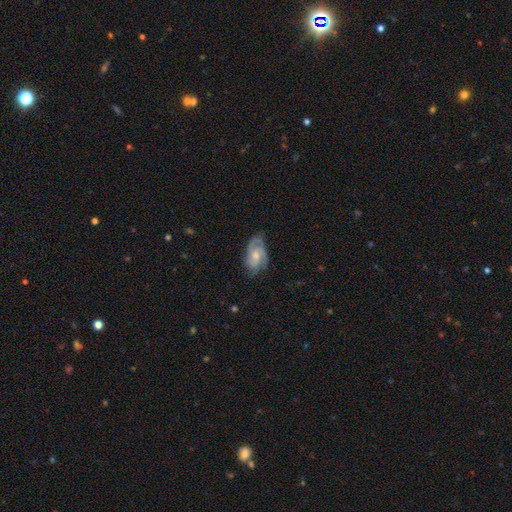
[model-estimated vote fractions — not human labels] A featured or disk galaxy (69%) with no bar (65%), 2 (34%) tight (46%) spiral arms (92%) and a moderate central bulge (51%).

Vote fractions:
- Smooth or featured? featured or disk: 69% / smooth: 25% / star or artifact: 6%
- Edge-on disk? no: 96% / yes: 4%
- Bar? no: 65% / weak: 30% / strong: 5%
- Spiral arms? yes: 92% / no: 8%
- Spiral winding? tight: 46% / medium: 41% / loose: 13%
- Spiral arm count? 2: 34% / 3: 30% / can't tell: 23% / 1: 5% / 4: 5% / more than 4: 3%
- Bulge size? moderate: 51% / small: 38% / none: 5% / large: 4% / dominant: 1%
- Merging? none: 62% / minor disturbance: 26% / major disturbance: 10% / merger: 1%